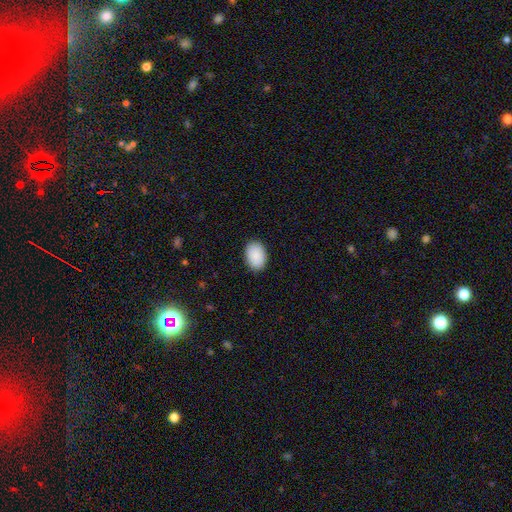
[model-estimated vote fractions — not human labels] Smooth or featured? smooth (91%)
How rounded? in between (85%)
Merging? none (89%)